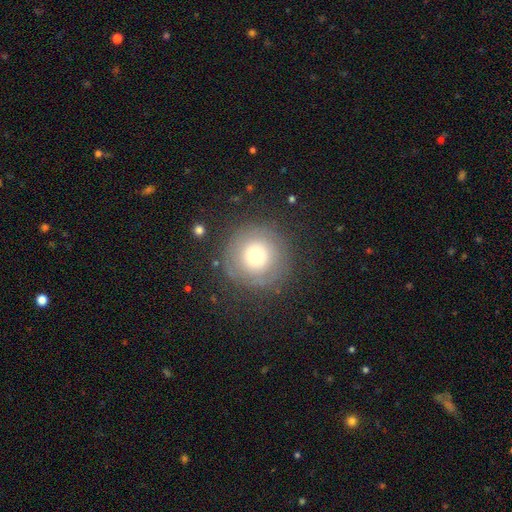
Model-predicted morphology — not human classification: Overall: smooth (61%; featured or disk 28%). How rounded: round (96%). Merging: none (81%).